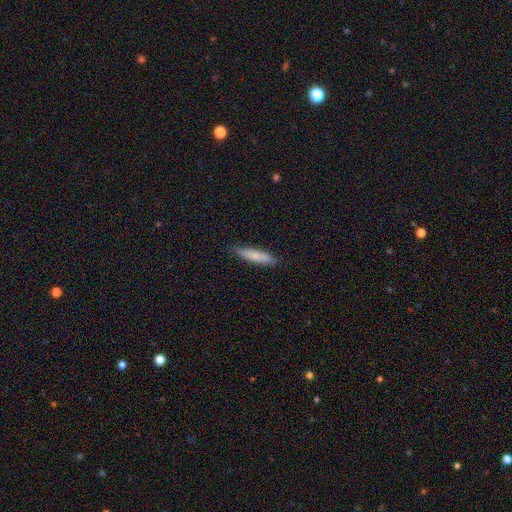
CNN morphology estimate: Smooth or featured? smooth (77%)
How rounded? cigar-shaped (84%)
Merging? none (87%)